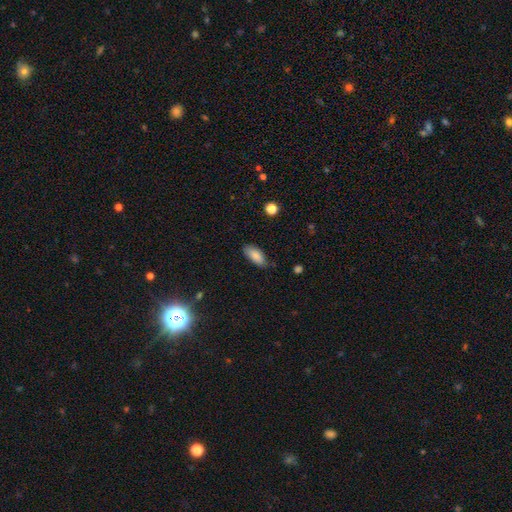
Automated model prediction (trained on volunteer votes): Overall: smooth (85%). How rounded: in between (87%). Merging: none (75%).